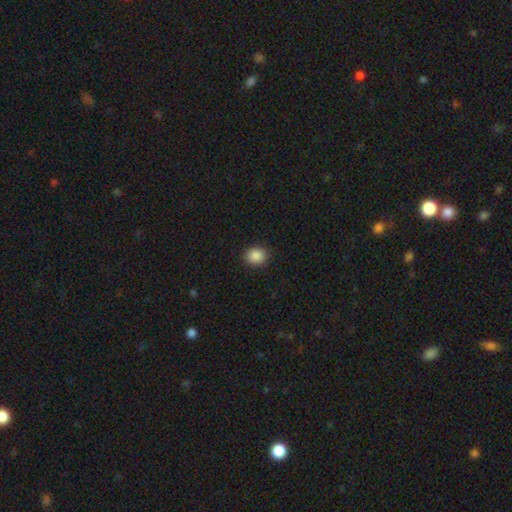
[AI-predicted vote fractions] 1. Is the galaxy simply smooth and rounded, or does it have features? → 88% smooth, 9% star or artifact, 3% featured or disk.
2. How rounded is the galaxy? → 73% round, 26% in between, 1% cigar-shaped.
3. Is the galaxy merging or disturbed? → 90% none, 7% minor disturbance, 2% major disturbance, 1% merger.